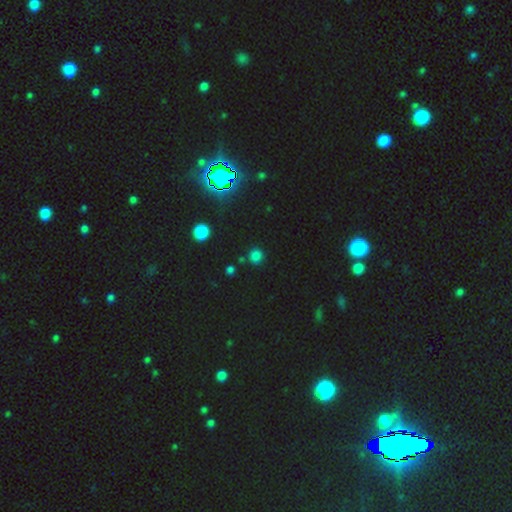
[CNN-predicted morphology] A smooth galaxy with no disk features (71%) that is round (90%).

Vote fractions:
- Smooth or featured? smooth: 71% / star or artifact: 24% / featured or disk: 4%
- How rounded? round: 90% / in between: 9% / cigar-shaped: 1%
- Merging? none: 84% / minor disturbance: 8% / merger: 5% / major disturbance: 3%